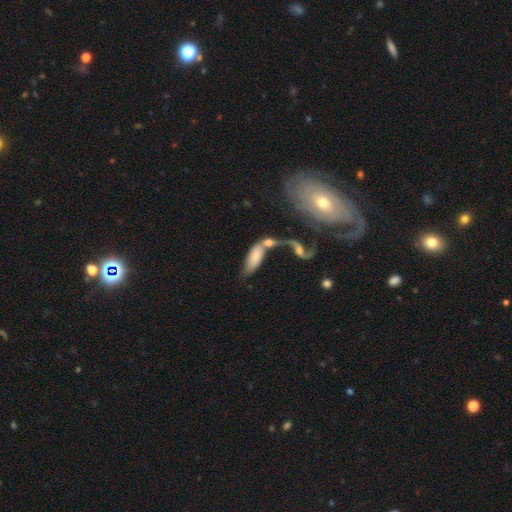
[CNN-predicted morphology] This is possibly a smooth galaxy (59%). How rounded: likely in between (73%). Merging: possibly merger (59%).